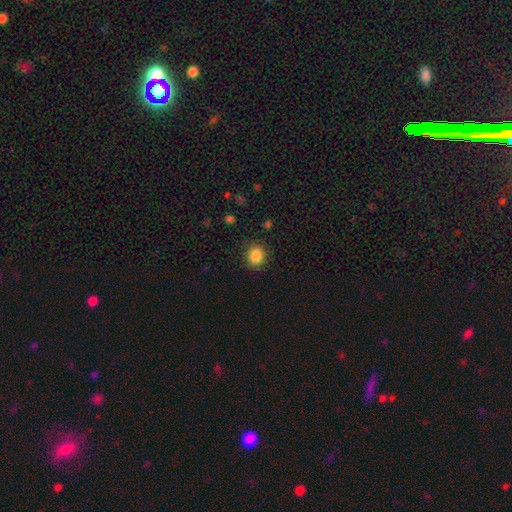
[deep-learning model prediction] A smooth galaxy with no disk features (86%) that is round (82%).

Vote fractions:
- Smooth or featured? smooth: 86% / star or artifact: 10% / featured or disk: 4%
- How rounded? round: 82% / in between: 17% / cigar-shaped: 1%
- Merging? none: 87% / minor disturbance: 9% / major disturbance: 3% / merger: 1%